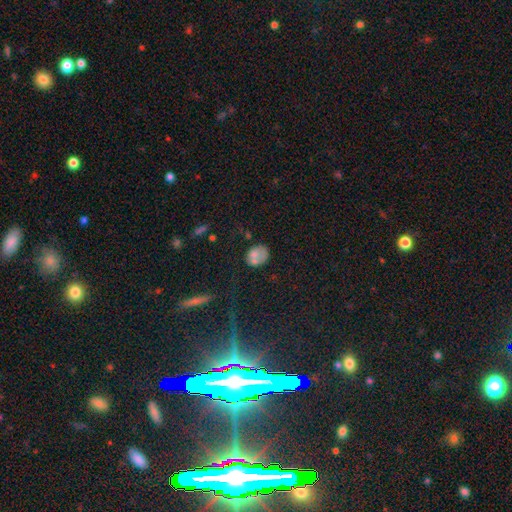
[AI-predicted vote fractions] Smooth or featured? smooth (68%)
How rounded? in between (51%)
Merging? none (45%)